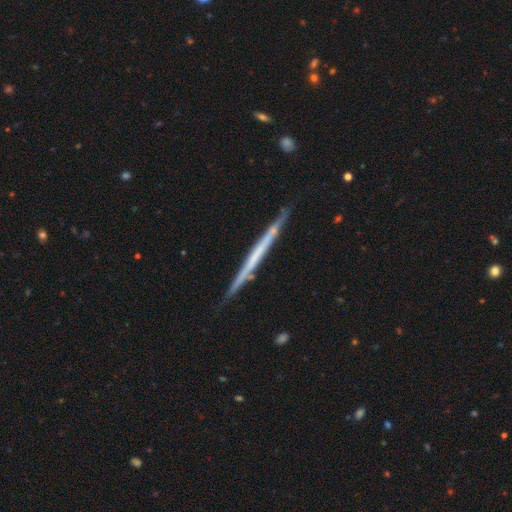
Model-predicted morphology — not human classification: smooth-or-featured: featured or disk: 63% | smooth: 31% | star or artifact: 5%
  disk-edge-on: yes: 97% | no: 3%
    edge-on-bulge: none: 88% | rounded: 7% | boxy: 5%
  merging: none: 86% | minor disturbance: 11% | merger: 2% | major disturbance: 2%